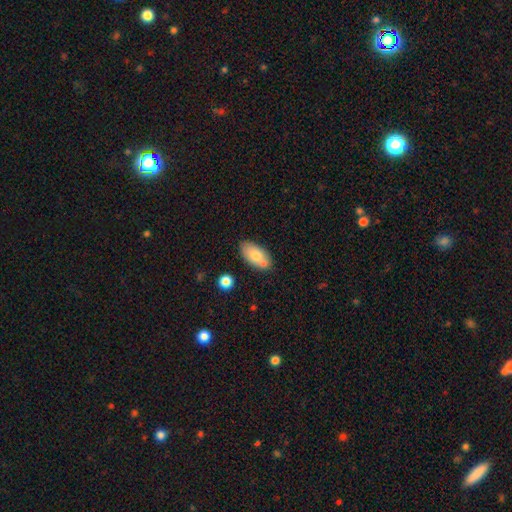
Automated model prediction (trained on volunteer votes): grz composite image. It shows a smooth galaxy with no disk features (75%) that is in between round and cigar-shaped (93%). Merging: none (70%).